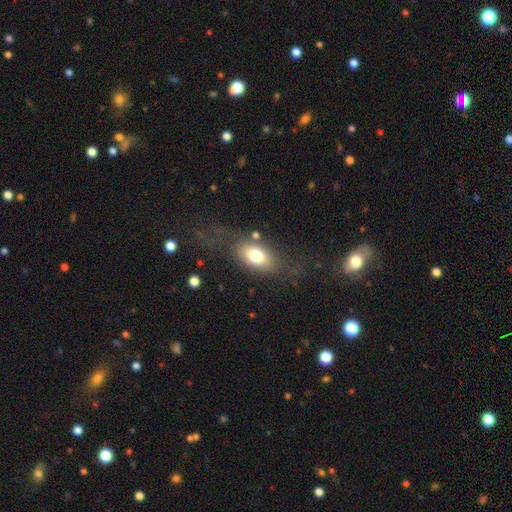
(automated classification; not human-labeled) Overall: smooth (72%). How rounded: in between (84%). Merging: none (62%).